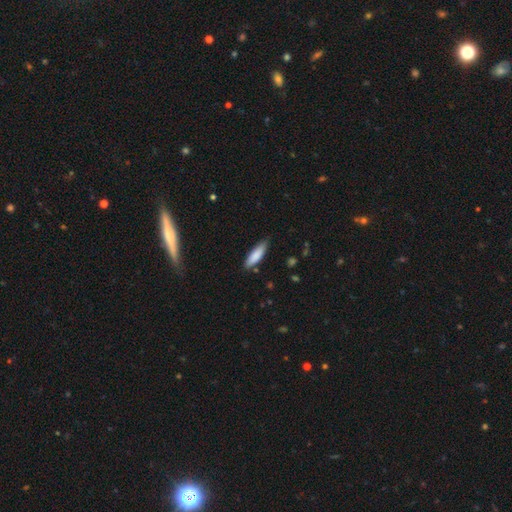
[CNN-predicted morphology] type=smooth (84%); roundness=cigar-shaped (57%); merging=none (82%).